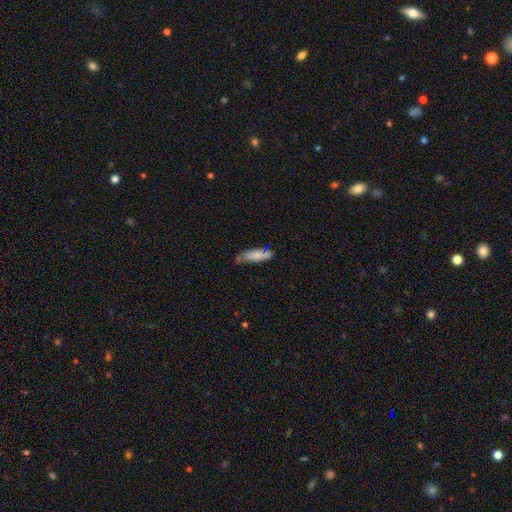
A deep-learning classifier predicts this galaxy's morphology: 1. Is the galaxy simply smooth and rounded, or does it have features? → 75% smooth, 18% featured or disk, 7% star or artifact.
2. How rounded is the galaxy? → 53% in between, 45% cigar-shaped, 2% round.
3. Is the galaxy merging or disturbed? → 53% none, 27% minor disturbance, 13% merger, 7% major disturbance.